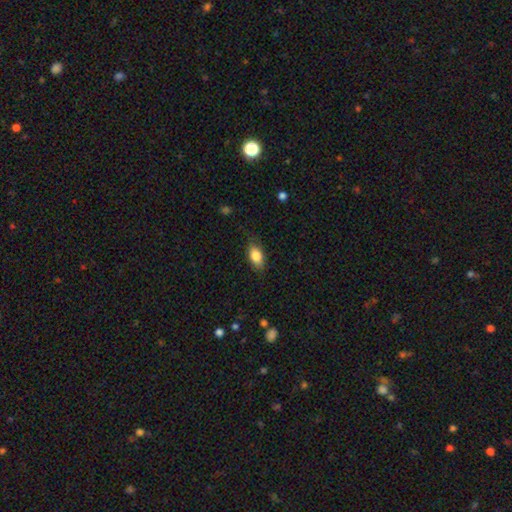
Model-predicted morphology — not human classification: This appears to be a smooth galaxy with no disk features (82%) that is in between round and cigar-shaped (87%). Merging: none (80%).